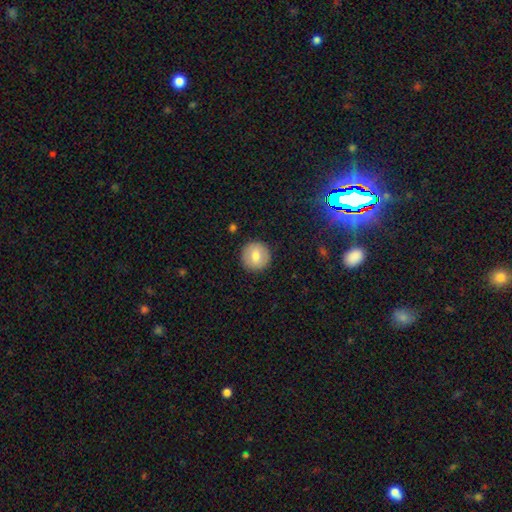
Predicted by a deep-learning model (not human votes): This is likely a smooth galaxy (73%). How rounded: clearly round (95%). Merging: clearly none (91%).